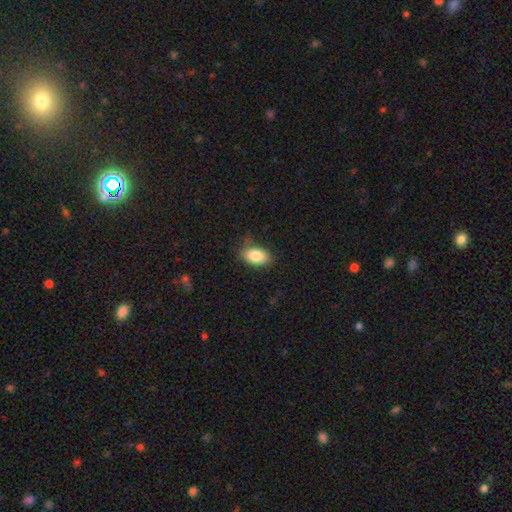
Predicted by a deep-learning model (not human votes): Morphology: type=smooth (85%); roundness=in between (92%); merging=none (75%).